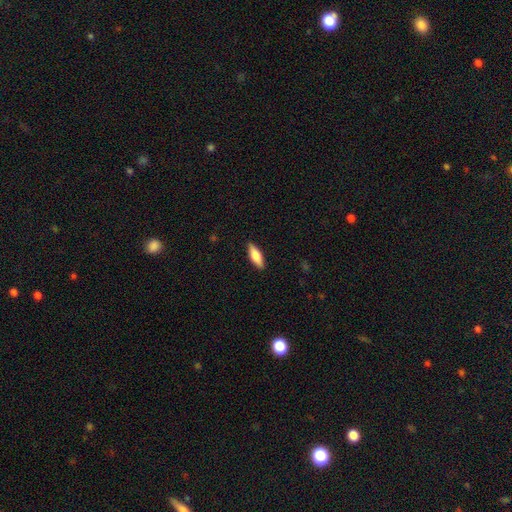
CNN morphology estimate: Smooth or featured: smooth — 72% (featured or disk — 23%)
How rounded: in between — 57% (cigar-shaped — 40%)
Merging: none — 89% (minor disturbance — 8%)